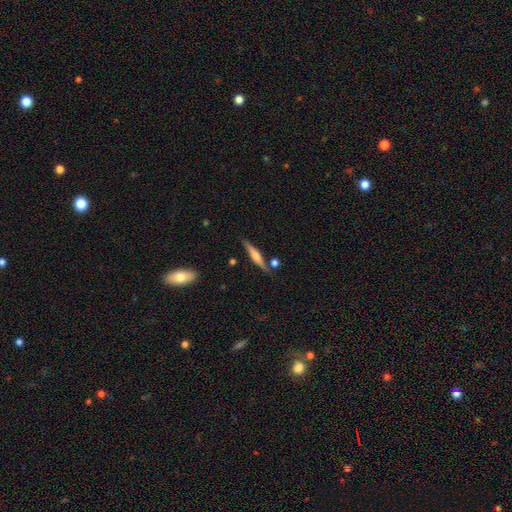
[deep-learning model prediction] smooth-or-featured: featured or disk: 56% | smooth: 38% | star or artifact: 7%
  disk-edge-on: yes: 96% | no: 4%
    edge-on-bulge: rounded: 76% | boxy: 14% | none: 10%
  merging: none: 80% | minor disturbance: 12% | merger: 6% | major disturbance: 3%